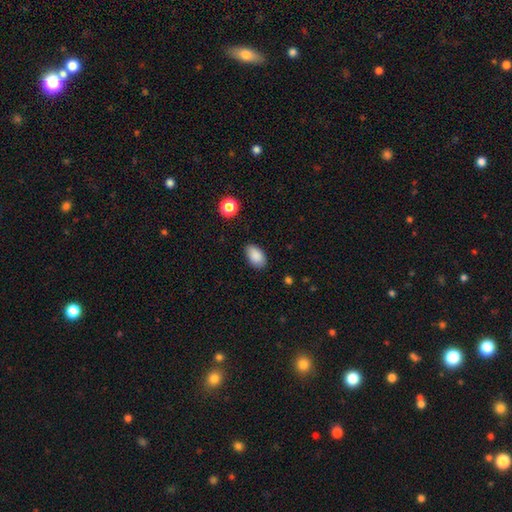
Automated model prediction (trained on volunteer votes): A smooth galaxy with no disk features (89%) that is in between round and cigar-shaped (93%).

Vote fractions:
- Smooth or featured? smooth: 89% / star or artifact: 8% / featured or disk: 4%
- How rounded? in between: 93% / round: 5% / cigar-shaped: 2%
- Merging? none: 85% / minor disturbance: 11% / major disturbance: 3% / merger: 1%